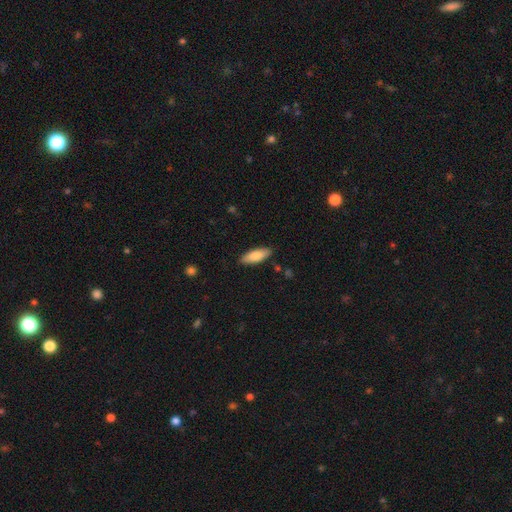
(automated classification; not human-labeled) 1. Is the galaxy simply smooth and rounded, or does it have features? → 82% smooth, 12% featured or disk, 6% star or artifact.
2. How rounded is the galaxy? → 67% in between, 32% cigar-shaped, 2% round.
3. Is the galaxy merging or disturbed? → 87% none, 10% minor disturbance, 2% major disturbance, 1% merger.